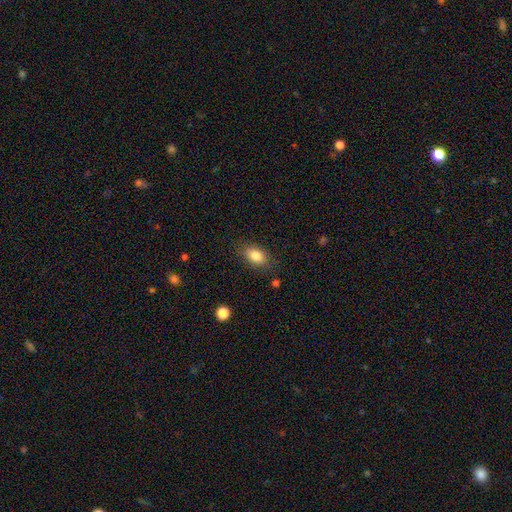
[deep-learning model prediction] The model was most divided on "merging": none: 82%, minor disturbance: 13%, major disturbance: 3%, merger: 1%. More confident: how rounded — in between (86%); smooth or featured — smooth (83%).